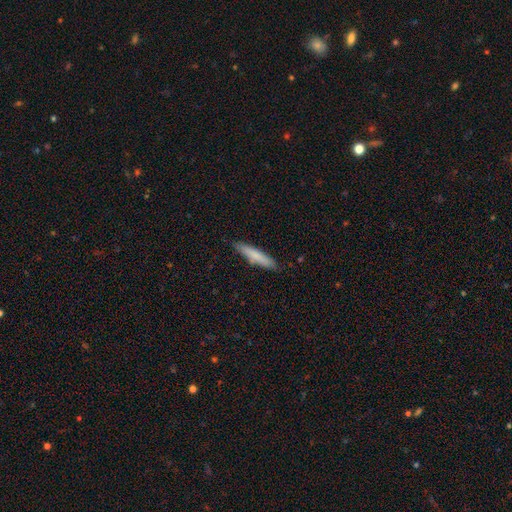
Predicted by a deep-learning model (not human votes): smooth 75%, featured or disk 19%, star or artifact 6%. Down the decision tree: how rounded — cigar-shaped (90%); merging — none (85%).